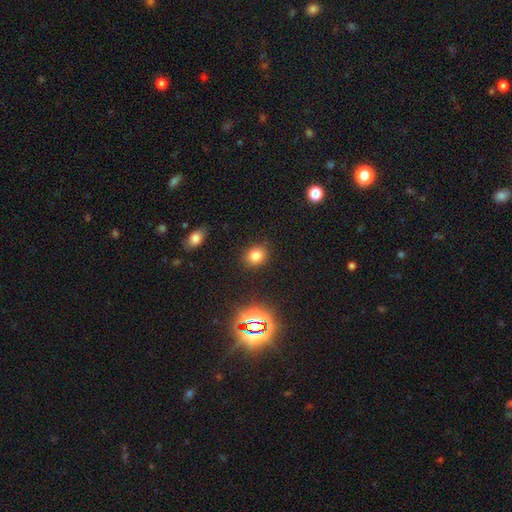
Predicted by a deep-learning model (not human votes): smooth_or_featured: smooth (p=0.78) [alt: star or artifact p=0.16]
how_rounded: round (p=0.67) [alt: in between p=0.32]
merging: none (p=0.88) [alt: minor disturbance p=0.08]